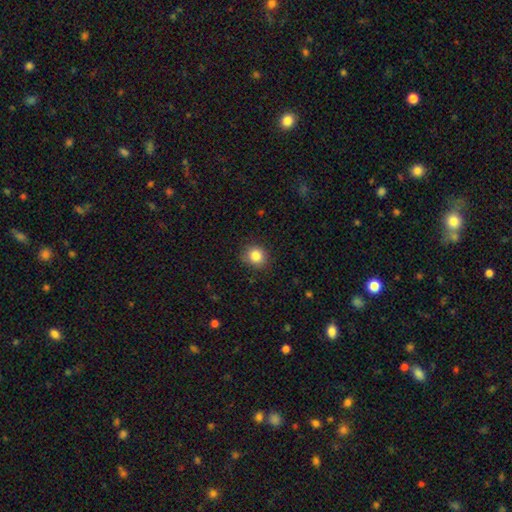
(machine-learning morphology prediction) type=smooth (85%); roundness=round (85%); merging=none (87%).